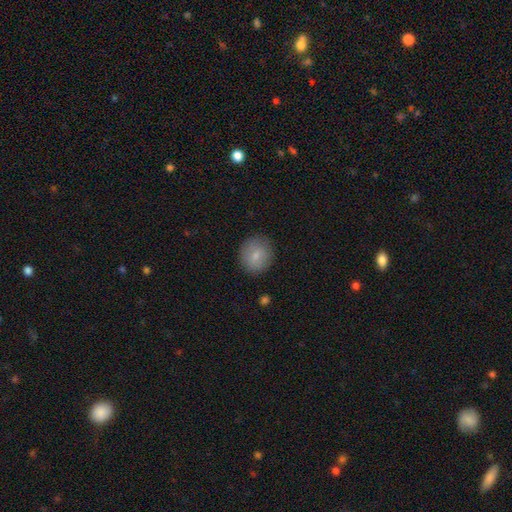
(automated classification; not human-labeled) The model was most divided on "smooth or featured": smooth: 81%, featured or disk: 12%, star or artifact: 8%. More confident: how rounded — round (85%); merging — none (84%).